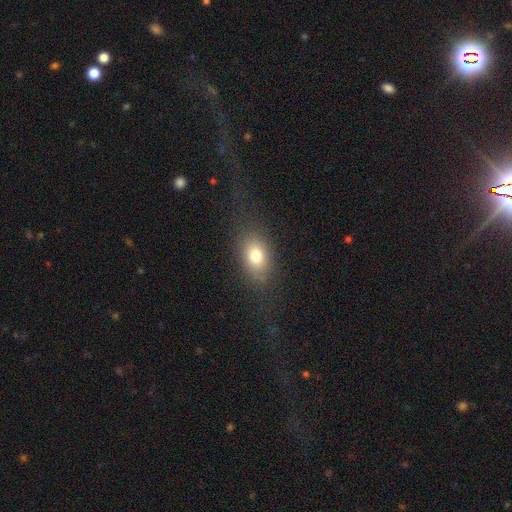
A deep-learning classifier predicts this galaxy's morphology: Q: Smooth or featured?
A: smooth (77%); runner-up: featured or disk (12%)
Q: How rounded?
A: in between (81%); runner-up: round (17%)
Q: Merging?
A: none (76%); runner-up: minor disturbance (14%)